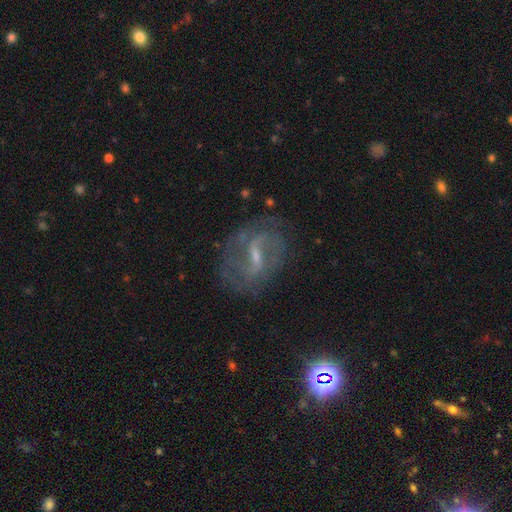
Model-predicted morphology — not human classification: Overall: featured or disk (79%). Edge-on disk: no (95%). Bar: weak (49%; strong 39%). Spiral arms: yes (88%). Spiral arm count: 2 (74%). Spiral winding: medium (44%; loose 37%). Bulge size: small (55%; moderate 25%). Merging: none (70%).